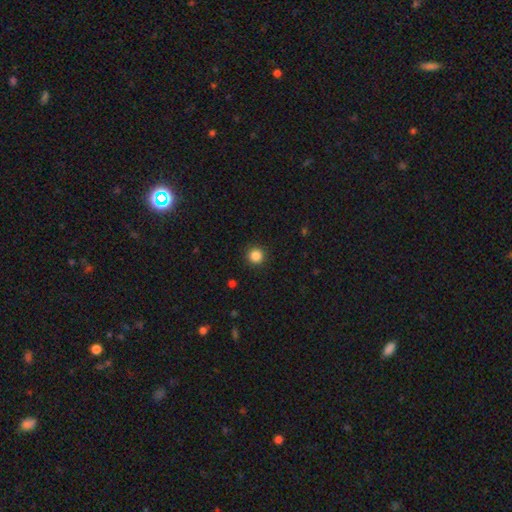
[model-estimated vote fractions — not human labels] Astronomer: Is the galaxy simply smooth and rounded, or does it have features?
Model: smooth — 86%.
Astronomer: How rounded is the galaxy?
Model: round — 95%.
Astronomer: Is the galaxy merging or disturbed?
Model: none — 92%.